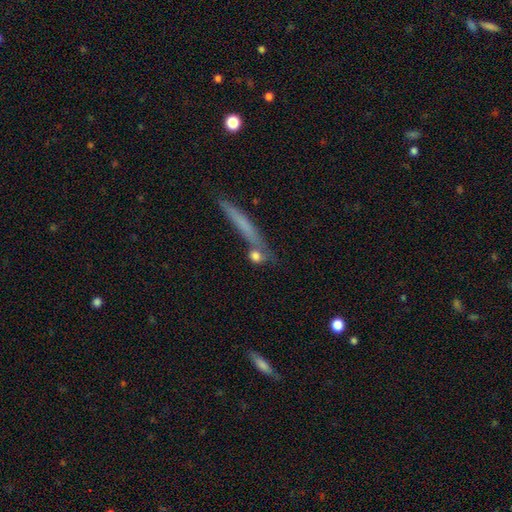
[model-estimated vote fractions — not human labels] This appears to be a smooth galaxy with no disk features (71%) that is round (53%). Merging: none (56%).